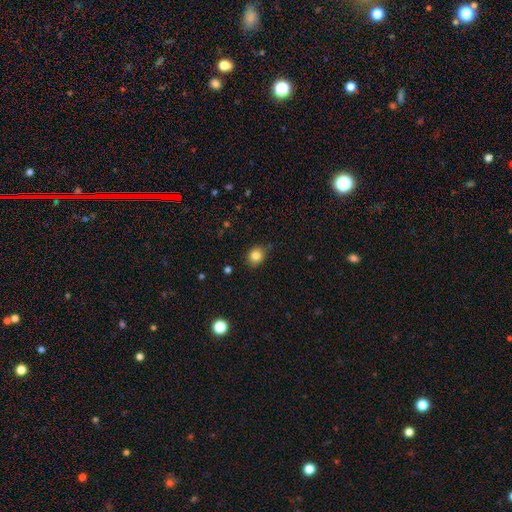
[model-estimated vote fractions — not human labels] The model was most divided on "how rounded": round: 61%, in between: 38%, cigar-shaped: 1%. More confident: smooth or featured — smooth (82%); merging — none (74%).